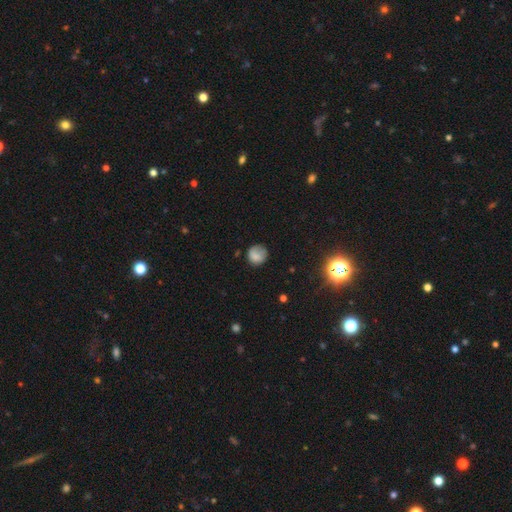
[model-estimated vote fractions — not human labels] Smooth or featured?
  - smooth: 79% *
  - star or artifact: 10%
  - featured or disk: 10%
How rounded?
  - round: 85% *
  - in between: 14%
  - cigar-shaped: 1%
Merging?
  - none: 69% *
  - minor disturbance: 22%
  - major disturbance: 7%
  - merger: 2%